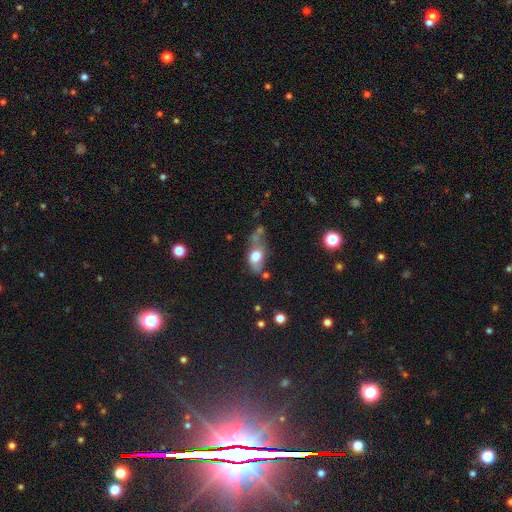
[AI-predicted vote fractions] Smooth or featured? smooth (63%)
How rounded? in between (77%)
Merging? none (32%)